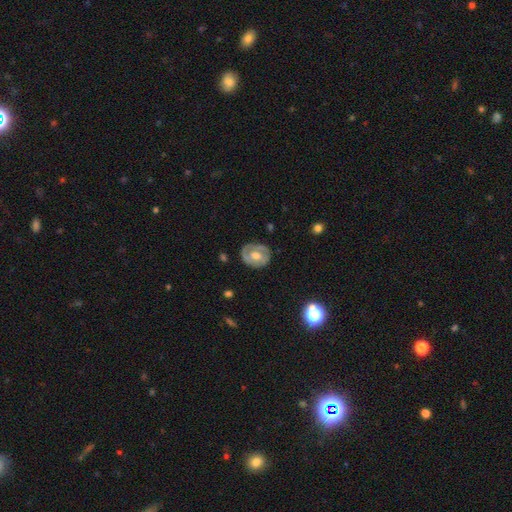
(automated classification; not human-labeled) Q: Smooth or featured?
A: featured or disk (58%); runner-up: smooth (35%)
Q: Edge-on disk?
A: no (96%); runner-up: yes (4%)
Q: Bar?
A: no (62%); runner-up: weak (30%)
Q: Spiral arms?
A: yes (51%); runner-up: no (49%)
Q: Bulge size?
A: moderate (68%); runner-up: large (17%)
Q: Merging?
A: none (73%); runner-up: minor disturbance (19%)